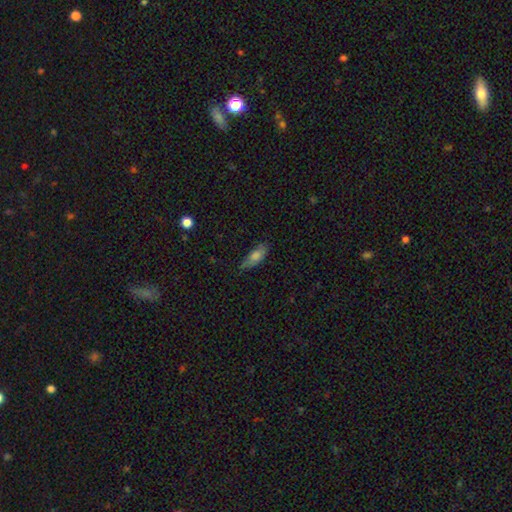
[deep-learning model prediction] Overall: smooth (73%). How rounded: in between (68%; cigar-shaped 29%). Merging: none (68%).